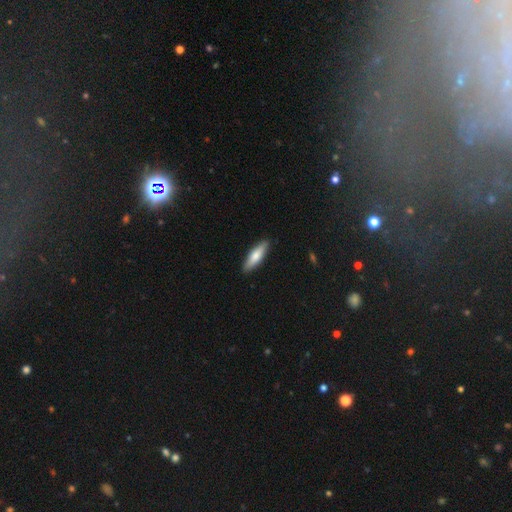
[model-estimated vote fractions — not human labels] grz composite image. It shows a smooth galaxy with no disk features (72%) that is cigar-shaped (58%). Merging: none (89%).